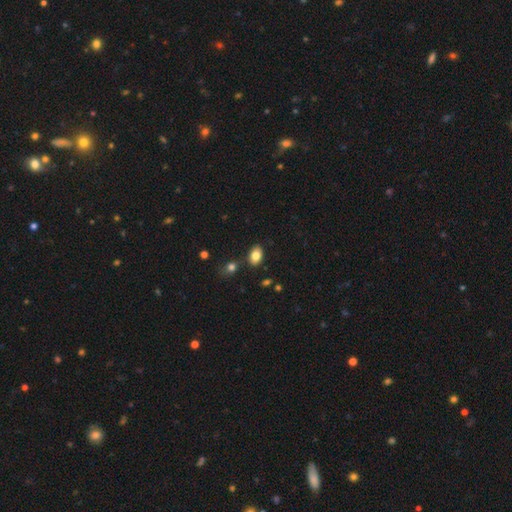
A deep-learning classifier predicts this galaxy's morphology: Q: Smooth or featured?
A: smooth (82%); runner-up: featured or disk (9%)
Q: How rounded?
A: in between (87%); runner-up: round (12%)
Q: Merging?
A: none (81%); runner-up: minor disturbance (11%)